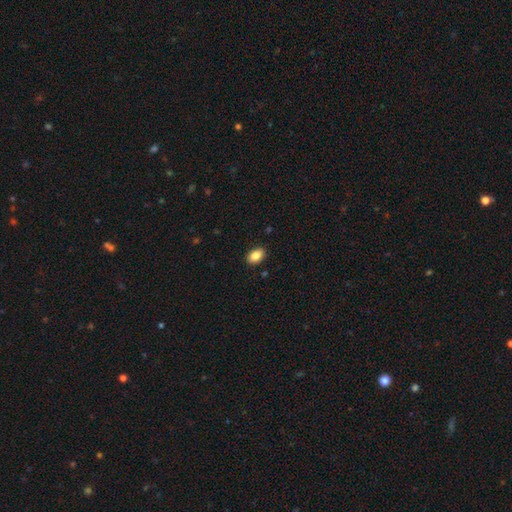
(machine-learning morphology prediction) Smooth or featured? Predicted: smooth (p=0.86). How rounded? Predicted: in between (p=0.84). Merging? Predicted: none (p=0.89).